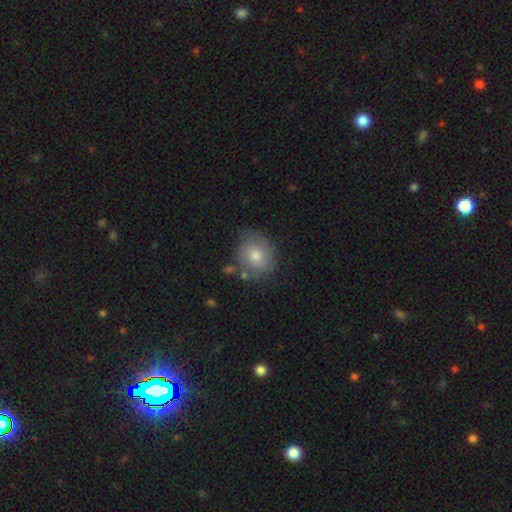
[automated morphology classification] Q: Smooth or featured?
A: smooth (70%); runner-up: featured or disk (22%)
Q: How rounded?
A: round (75%); runner-up: in between (24%)
Q: Merging?
A: none (68%); runner-up: minor disturbance (21%)